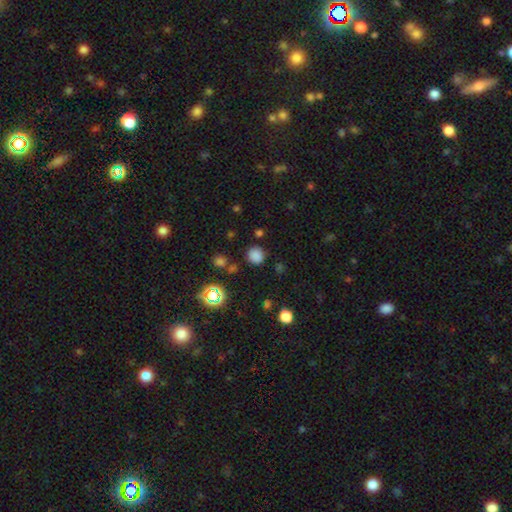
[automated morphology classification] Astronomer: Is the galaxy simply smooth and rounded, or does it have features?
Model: smooth — 75%.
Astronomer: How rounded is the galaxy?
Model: round — 88%.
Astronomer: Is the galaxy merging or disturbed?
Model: none — 82%.